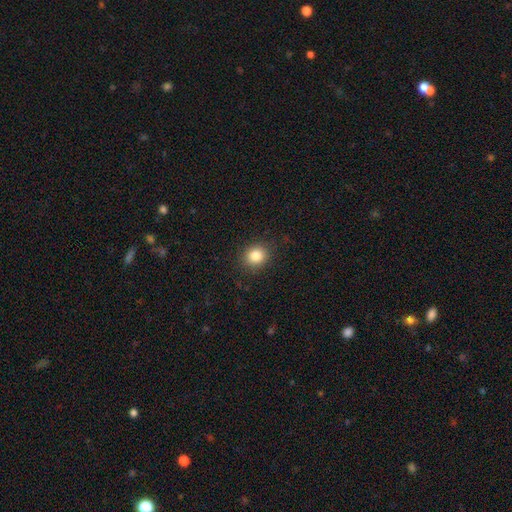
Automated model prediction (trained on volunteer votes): Smooth or featured: smooth — 84% (star or artifact — 11%)
How rounded: round — 78% (in between — 21%)
Merging: none — 89% (minor disturbance — 7%)